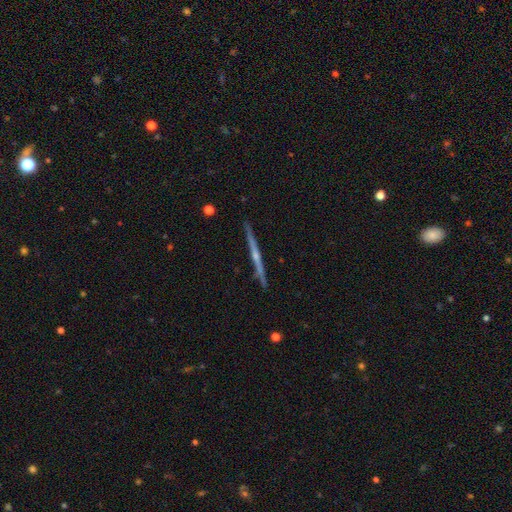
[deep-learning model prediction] featured or disk 77%, smooth 17%, star or artifact 6%. Down the decision tree: edge-on disk — yes (98%); edge-on bulge — rounded (55%); merging — none (90%).